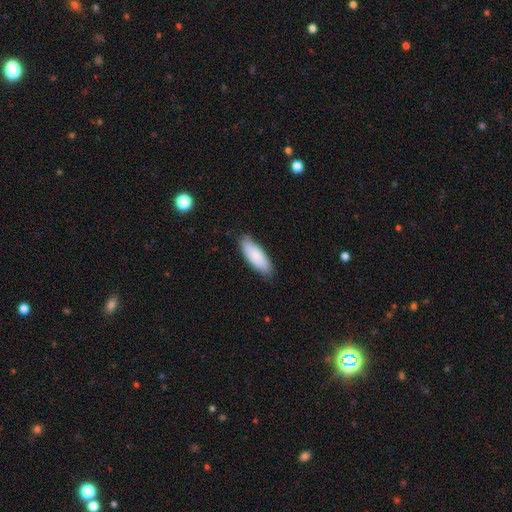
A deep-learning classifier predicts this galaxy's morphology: Overall: smooth (85%). How rounded: in between (67%; cigar-shaped 31%). Merging: none (80%).